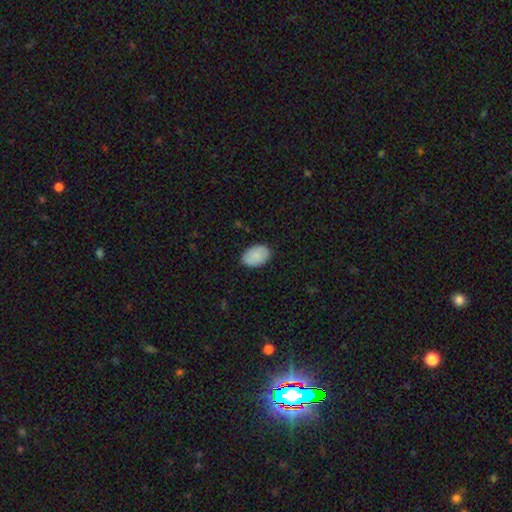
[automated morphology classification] This appears to be a smooth galaxy with no disk features (89%) that is in between round and cigar-shaped (90%). Merging: none (87%).